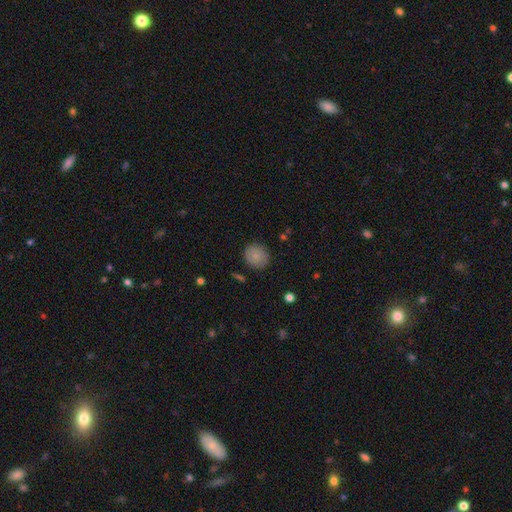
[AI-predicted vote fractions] This appears to be a smooth galaxy with no disk features (82%) that is round (86%). Merging: none (85%).